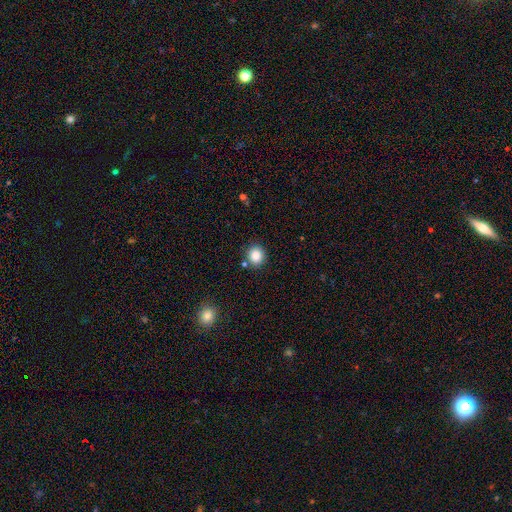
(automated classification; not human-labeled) Morphology: type=smooth (86%); roundness=round (85%); merging=none (84%).